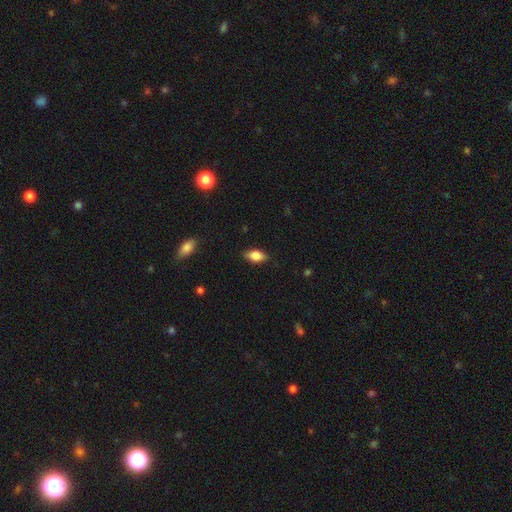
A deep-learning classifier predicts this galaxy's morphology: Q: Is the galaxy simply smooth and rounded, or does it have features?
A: smooth — 80%.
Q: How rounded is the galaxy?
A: in between — 89%.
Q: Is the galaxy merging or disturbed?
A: none — 85%.